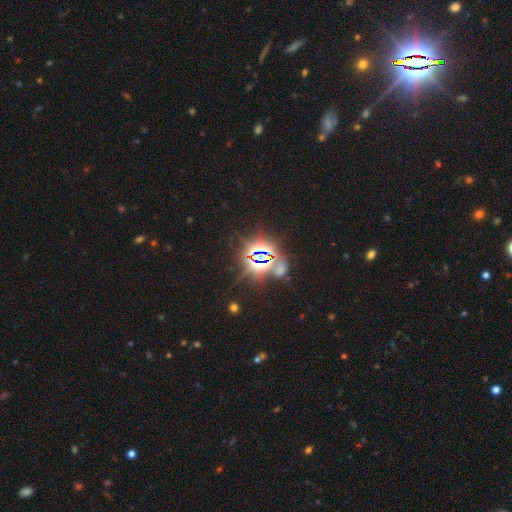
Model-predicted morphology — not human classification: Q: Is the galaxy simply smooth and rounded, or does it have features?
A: star or artifact — 81%.